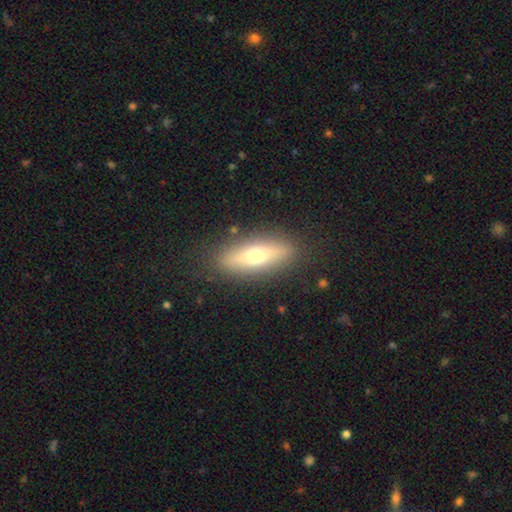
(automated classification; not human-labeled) Smooth or featured? smooth (51%)
How rounded? cigar-shaped (52%)
Merging? none (87%)